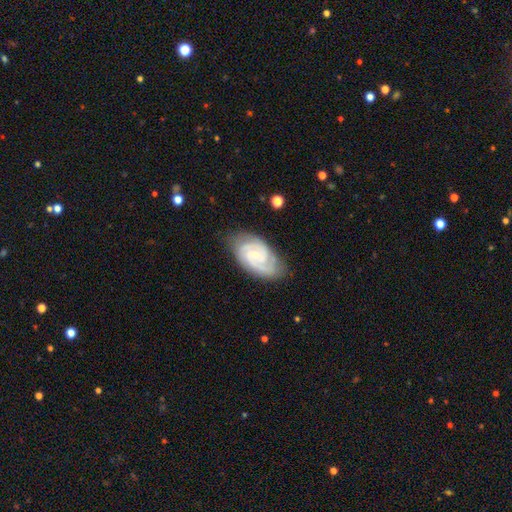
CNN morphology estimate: Smooth or featured: featured or disk — 88% (smooth — 7%)
Edge-on disk: no — 97% (yes — 3%)
Bar: no — 56% (weak — 37%)
Spiral arms: yes — 98% (no — 2%)
Spiral winding: tight — 59% (medium — 36%)
Spiral arm count: 2 — 66% (3 — 18%)
Bulge size: small — 74% (moderate — 21%)
Merging: none — 77% (minor disturbance — 17%)